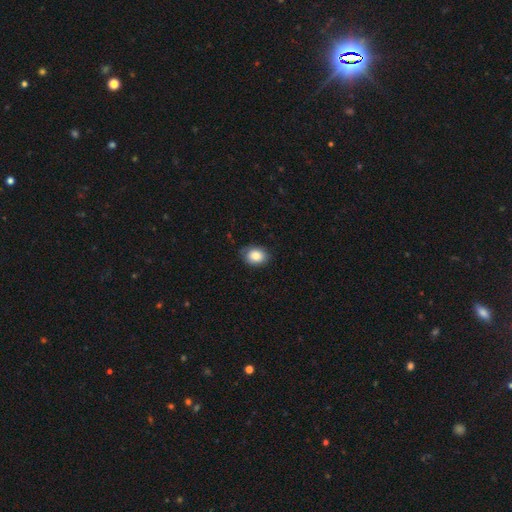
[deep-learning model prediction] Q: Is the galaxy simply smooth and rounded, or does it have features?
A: smooth — 84%.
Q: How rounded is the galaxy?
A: in between — 64%.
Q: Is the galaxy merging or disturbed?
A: none — 76%.